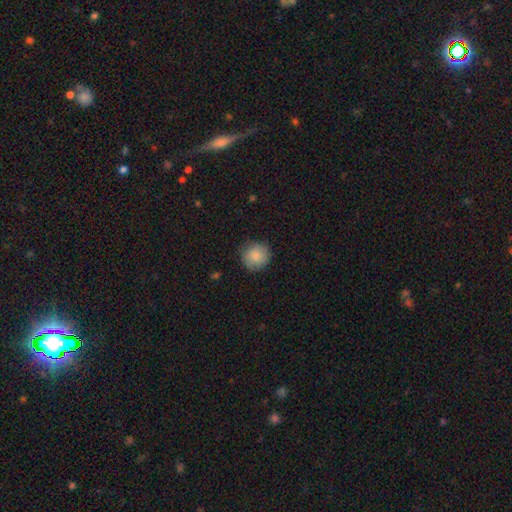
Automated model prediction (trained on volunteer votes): Smooth or featured?
  - smooth: 85% *
  - featured or disk: 7%
  - star or artifact: 7%
How rounded?
  - round: 93% *
  - in between: 6%
  - cigar-shaped: 1%
Merging?
  - none: 85% *
  - minor disturbance: 12%
  - major disturbance: 3%
  - merger: 1%